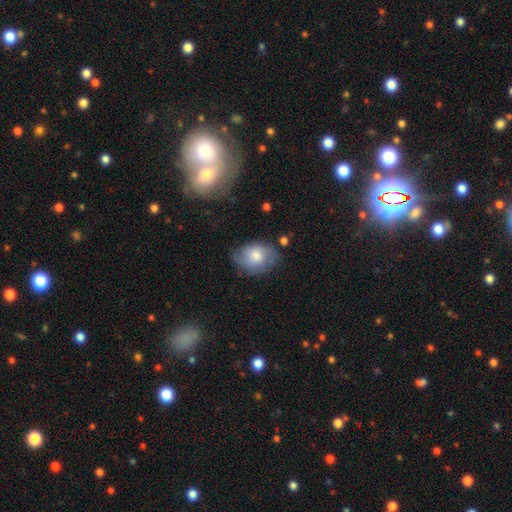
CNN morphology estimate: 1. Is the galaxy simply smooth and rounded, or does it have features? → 68% smooth, 24% featured or disk, 7% star or artifact.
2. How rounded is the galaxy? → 64% in between, 35% round, 1% cigar-shaped.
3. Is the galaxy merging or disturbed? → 62% none, 27% minor disturbance, 8% major disturbance, 3% merger.